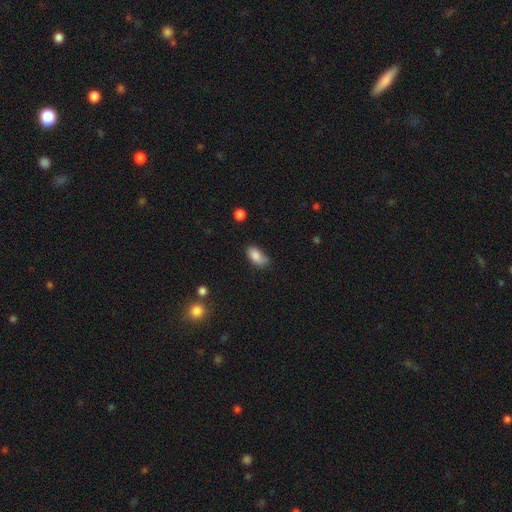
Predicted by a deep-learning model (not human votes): Smooth or featured: smooth — 85% (star or artifact — 8%)
How rounded: in between — 92% (round — 5%)
Merging: none — 62% (minor disturbance — 29%)